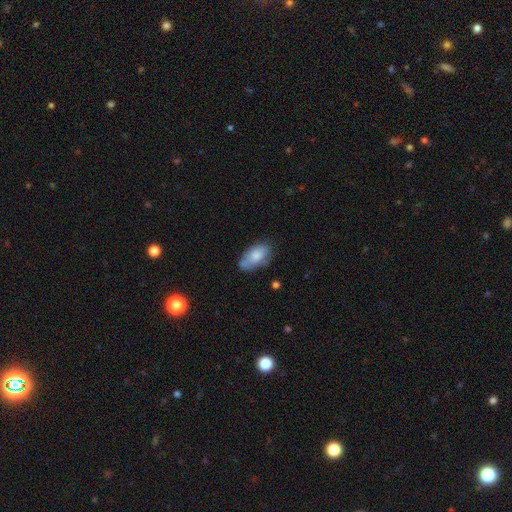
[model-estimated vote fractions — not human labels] A smooth galaxy with no disk features (79%) that is in between round and cigar-shaped (92%).

Vote fractions:
- Smooth or featured? smooth: 79% / featured or disk: 15% / star or artifact: 7%
- How rounded? in between: 92% / cigar-shaped: 4% / round: 4%
- Merging? none: 59% / minor disturbance: 27% / merger: 7% / major disturbance: 7%